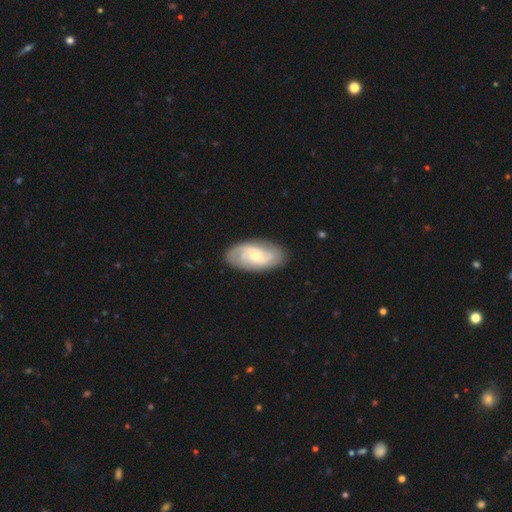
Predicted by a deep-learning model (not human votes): This is likely a featured or disk galaxy (68%). It is clearly not viewed edge-on (95%). Bar: likely no (62%). Spiral arm pattern: clearly yes (90%). Spiral arm count: marginally 2 (41%). Spiral winding: marginally tight (42%). Central bulge: likely small (60%). Merging: clearly none (83%).